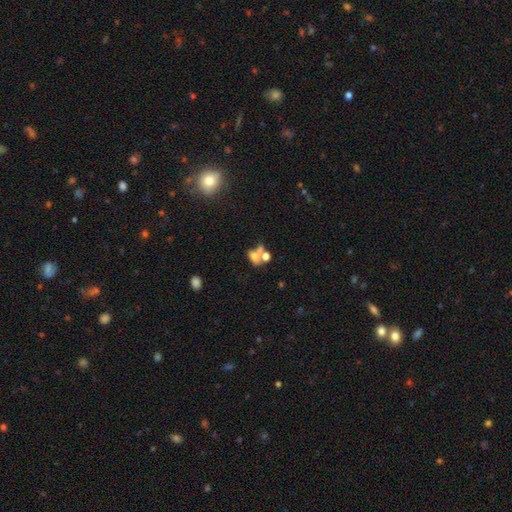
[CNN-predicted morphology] Overall: smooth (60%; featured or disk 24%). How rounded: in between (70%). Merging: merger (54%; none 26%).